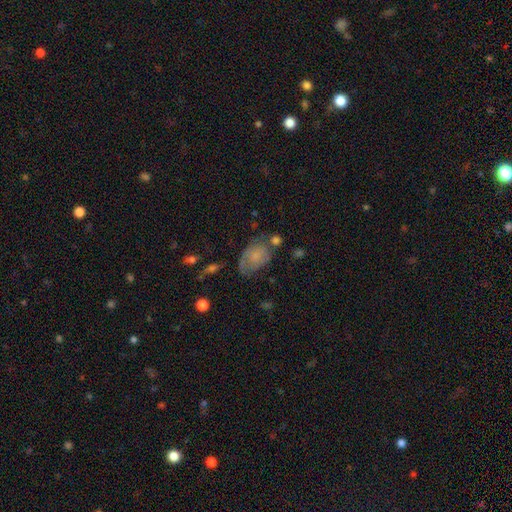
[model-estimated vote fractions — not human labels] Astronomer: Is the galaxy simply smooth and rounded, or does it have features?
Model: smooth — 62%.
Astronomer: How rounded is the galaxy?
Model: in between — 86%.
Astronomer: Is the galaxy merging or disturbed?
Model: none — 42% (runner-up: minor disturbance, 31%).